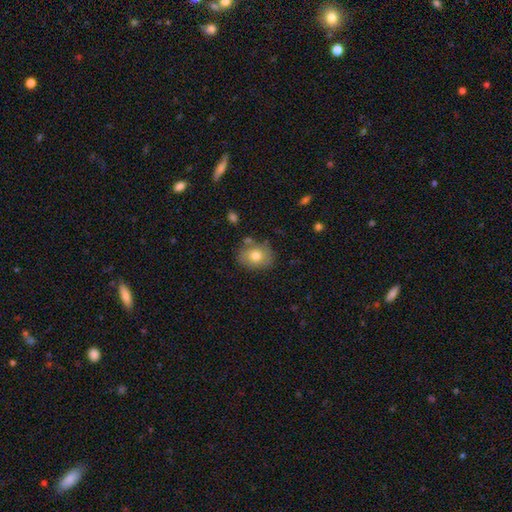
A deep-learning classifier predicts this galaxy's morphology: type=smooth (75%); roundness=round (52%); merging=none (75%).